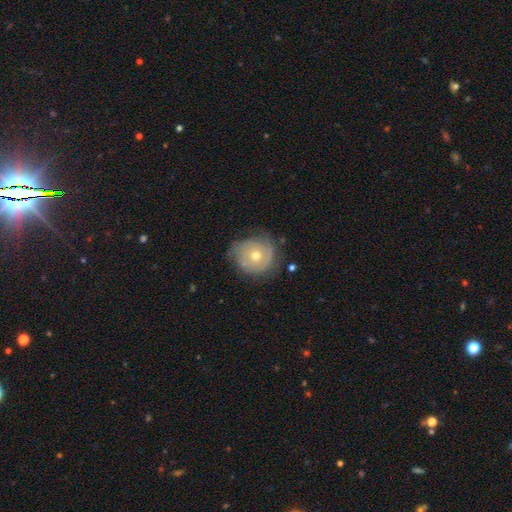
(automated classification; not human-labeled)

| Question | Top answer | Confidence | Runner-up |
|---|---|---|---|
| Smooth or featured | featured or disk | 65% | smooth (27%) |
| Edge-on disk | no | 97% | yes (3%) |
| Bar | no | 85% | weak (12%) |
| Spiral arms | yes | 78% | no (22%) |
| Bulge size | moderate | 62% | small (34%) |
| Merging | none | 63% | minor disturbance (25%) |